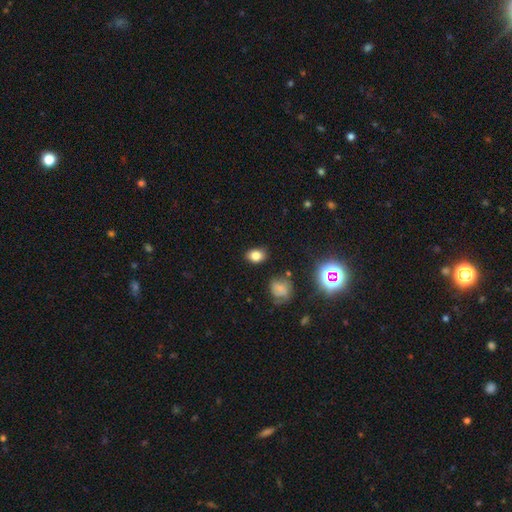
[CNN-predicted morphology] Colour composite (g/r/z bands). It shows a smooth galaxy with no disk features (79%) that is in between round and cigar-shaped (65%). Merging: none (83%).